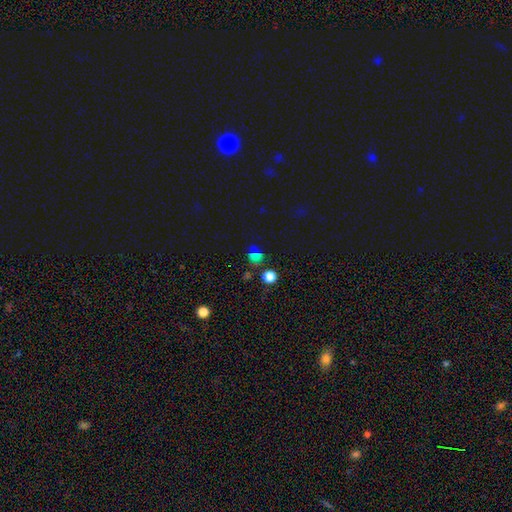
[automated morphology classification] type=smooth (52%); roundness=round (70%); merging=none (71%).